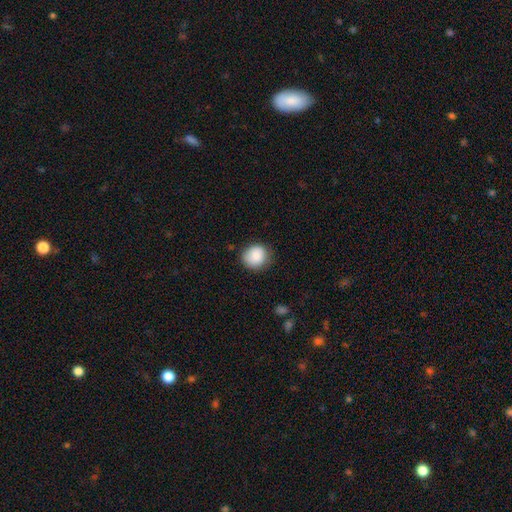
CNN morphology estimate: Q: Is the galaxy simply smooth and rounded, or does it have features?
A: smooth — 87%.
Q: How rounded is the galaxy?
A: round — 81%.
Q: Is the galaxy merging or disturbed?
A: none — 79%.